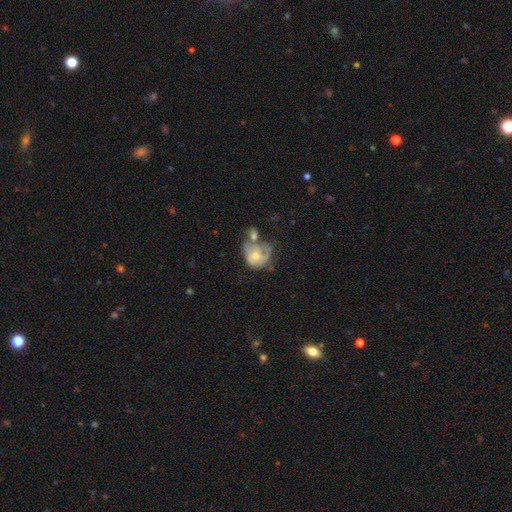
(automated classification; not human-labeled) A featured or disk galaxy (51%).

Vote fractions:
- Smooth or featured? featured or disk: 51% / smooth: 42% / star or artifact: 7%
- Edge-on disk? no: 97% / yes: 3%
- Merging? merger: 34% / major disturbance: 24% / none: 21% / minor disturbance: 20%